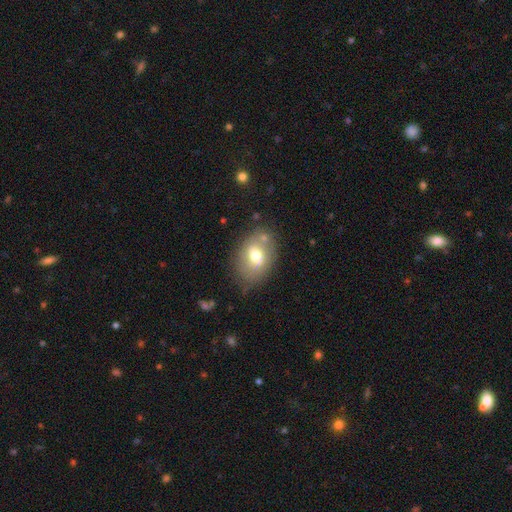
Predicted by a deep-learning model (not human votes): Morphology: type=smooth (61%); roundness=in between (76%); merging=none (67%).